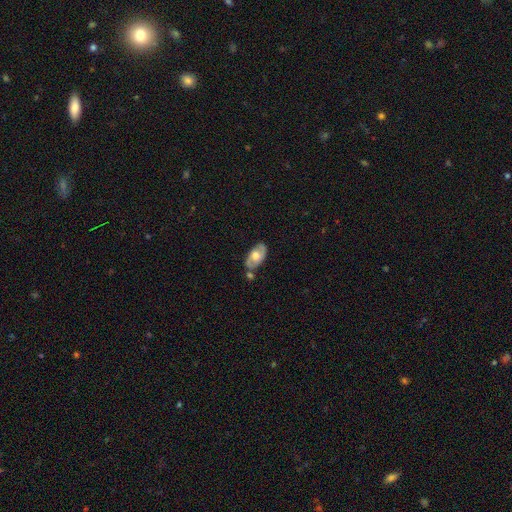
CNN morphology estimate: Smooth or featured: featured or disk — 56% (smooth — 39%)
Edge-on disk: no — 89% (yes — 11%)
Merging: none — 65% (minor disturbance — 18%)